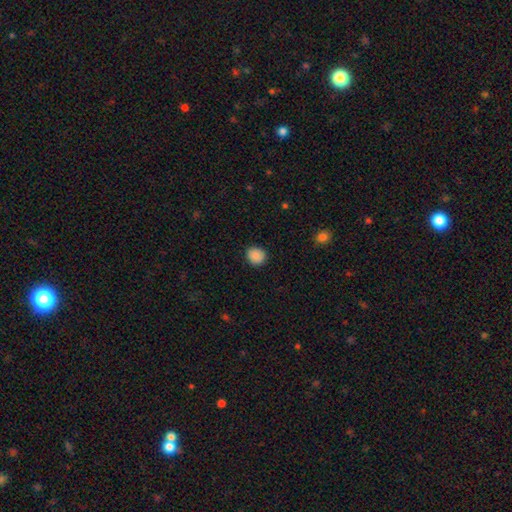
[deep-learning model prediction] This is clearly a smooth galaxy (88%). How rounded: clearly round (86%). Merging: clearly none (90%).